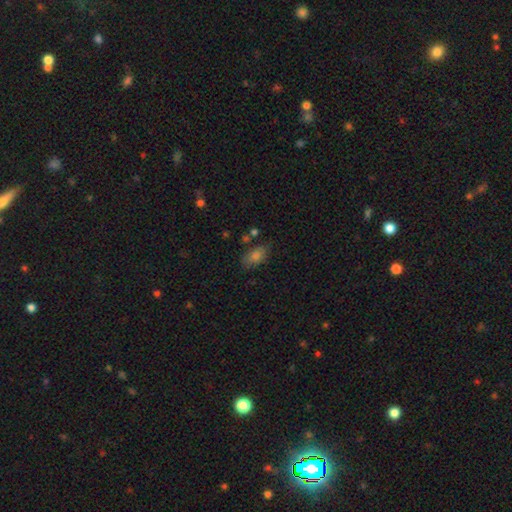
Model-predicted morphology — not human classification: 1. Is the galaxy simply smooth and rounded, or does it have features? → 73% smooth, 14% star or artifact, 13% featured or disk.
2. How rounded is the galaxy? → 87% in between, 9% round, 4% cigar-shaped.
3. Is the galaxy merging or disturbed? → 72% none, 18% minor disturbance, 6% merger, 5% major disturbance.